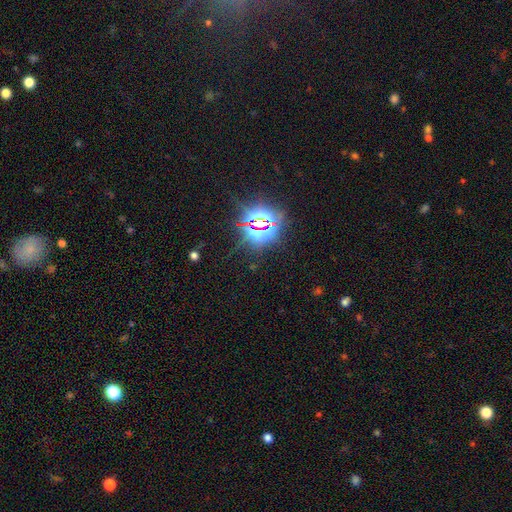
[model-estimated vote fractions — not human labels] The model was most divided on "smooth or featured": star or artifact: 82%, smooth: 10%, featured or disk: 8%.